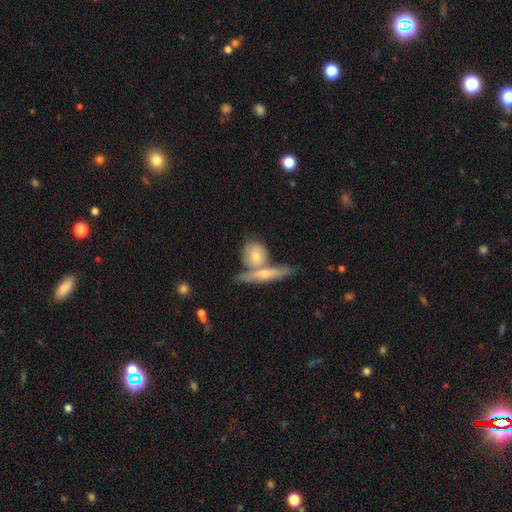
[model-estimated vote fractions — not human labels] Smooth or featured? Predicted: smooth (p=0.63). How rounded? Predicted: round (p=0.53). Merging? Predicted: none (p=0.44).